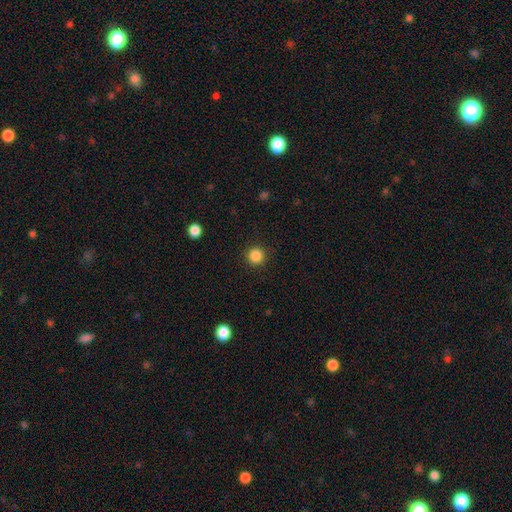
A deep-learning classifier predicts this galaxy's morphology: smooth-or-featured: smooth: 85% | star or artifact: 11% | featured or disk: 3%
  how-rounded: round: 95% | in between: 4% | cigar-shaped: 1%
  merging: none: 92% | minor disturbance: 5% | major disturbance: 2% | merger: 1%